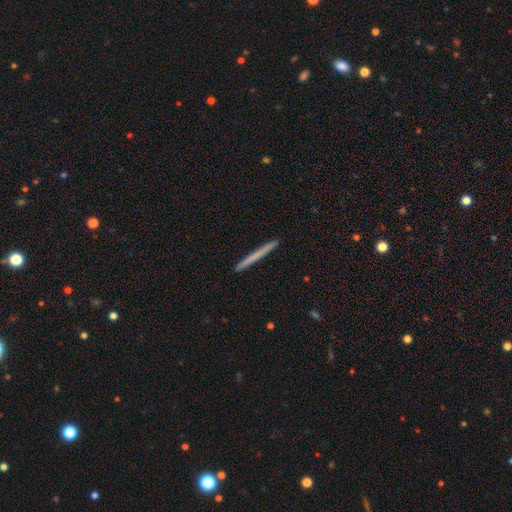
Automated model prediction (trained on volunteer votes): Smooth or featured?
  - smooth: 63% *
  - featured or disk: 32%
  - star or artifact: 5%
How rounded?
  - cigar-shaped: 97% *
  - in between: 1%
  - round: 1%
Merging?
  - none: 93% *
  - minor disturbance: 5%
  - major disturbance: 1%
  - merger: 1%